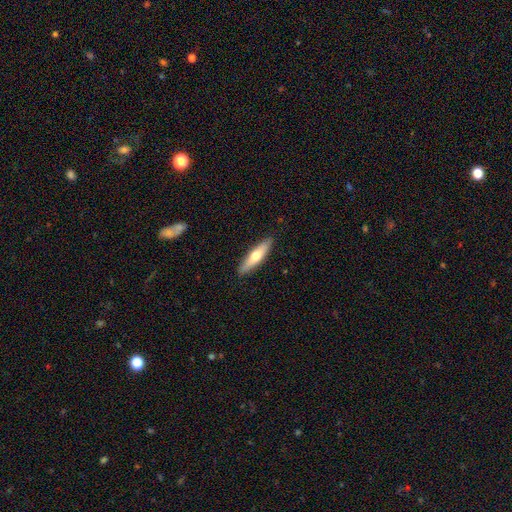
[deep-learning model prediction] smooth_or_featured: smooth (p=0.57) [alt: featured or disk p=0.38]
how_rounded: cigar-shaped (p=0.73) [alt: in between p=0.25]
merging: none (p=0.90) [alt: minor disturbance p=0.07]